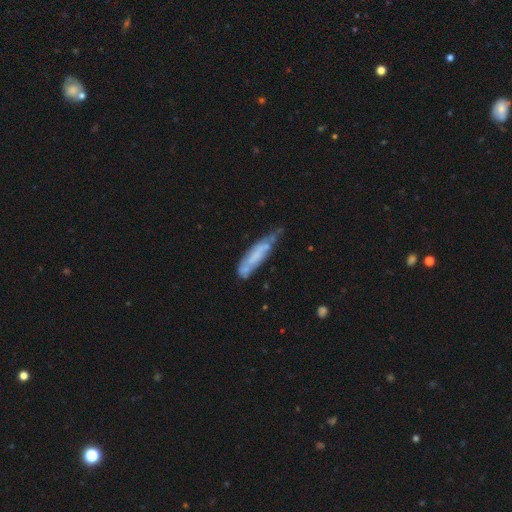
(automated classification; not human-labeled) The model was most divided on "smooth or featured": smooth: 49%, featured or disk: 43%, star or artifact: 8%. Remaining: merging — none (43%).